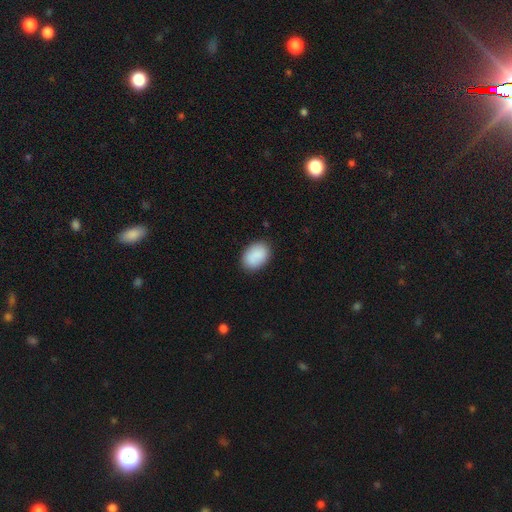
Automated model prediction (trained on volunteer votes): Smooth or featured? smooth (88%)
How rounded? in between (81%)
Merging? none (85%)